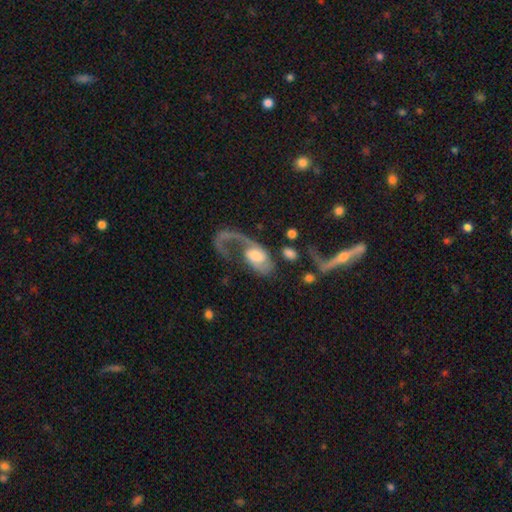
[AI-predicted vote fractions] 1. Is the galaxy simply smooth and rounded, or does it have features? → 77% featured or disk, 17% smooth, 6% star or artifact.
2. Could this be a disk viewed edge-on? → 94% no, 6% yes.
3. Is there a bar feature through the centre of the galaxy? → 60% no, 30% weak, 10% strong.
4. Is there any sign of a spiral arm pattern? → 87% yes, 13% no.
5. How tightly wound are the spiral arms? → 62% loose, 27% medium, 11% tight.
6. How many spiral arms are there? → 66% 1, 26% 2, 5% can't tell, 1% 3, 1% 4, 1% more than 4.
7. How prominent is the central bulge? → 45% moderate, 27% large, 17% small, 7% none, 4% dominant.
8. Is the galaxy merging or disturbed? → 48% major disturbance, 27% none, 13% minor disturbance, 12% merger.